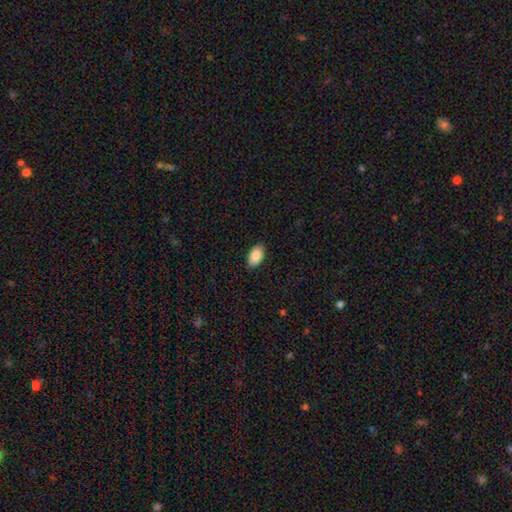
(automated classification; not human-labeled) The model was most divided on "merging": none: 88%, minor disturbance: 9%, major disturbance: 2%, merger: 1%. More confident: how rounded — in between (94%); smooth or featured — smooth (87%).